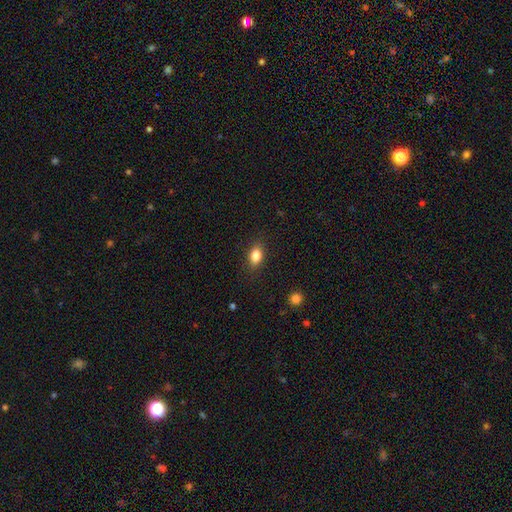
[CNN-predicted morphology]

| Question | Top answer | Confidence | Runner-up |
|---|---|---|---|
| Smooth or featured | smooth | 84% | star or artifact (9%) |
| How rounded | in between | 82% | round (15%) |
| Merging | none | 86% | minor disturbance (11%) |